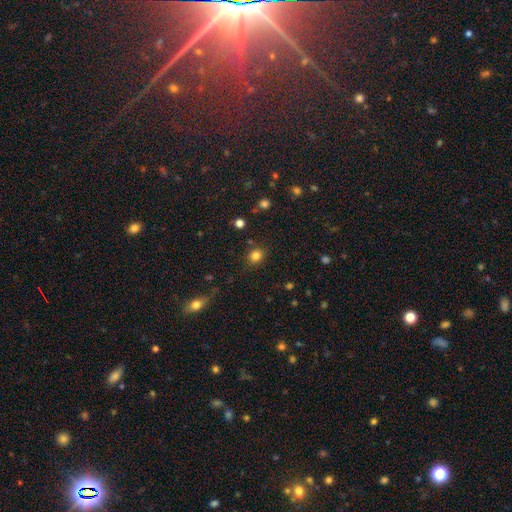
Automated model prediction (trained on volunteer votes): smooth-or-featured: smooth: 82% | star or artifact: 13% | featured or disk: 5%
  how-rounded: round: 71% | in between: 28% | cigar-shaped: 1%
  merging: none: 82% | minor disturbance: 11% | major disturbance: 4% | merger: 3%